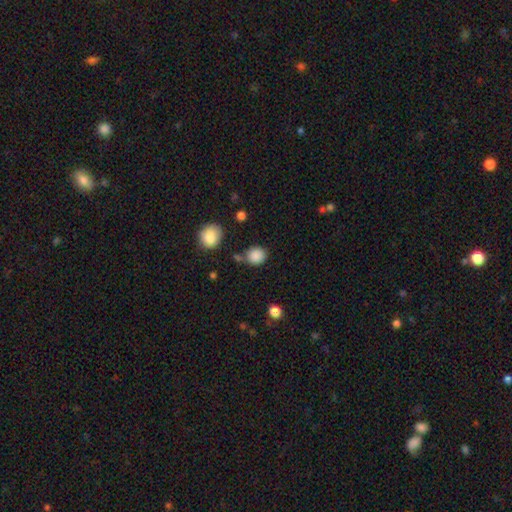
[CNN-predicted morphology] This appears to be a smooth galaxy with no disk features (87%) that is round (80%). Merging: none (73%).